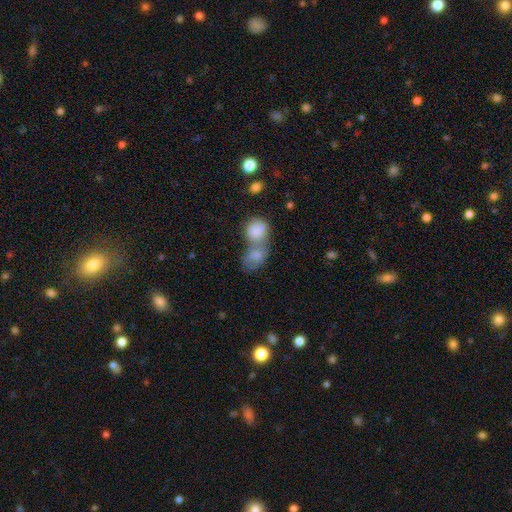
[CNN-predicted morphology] type=smooth (76%); roundness=in between (71%); merging=merger (73%).